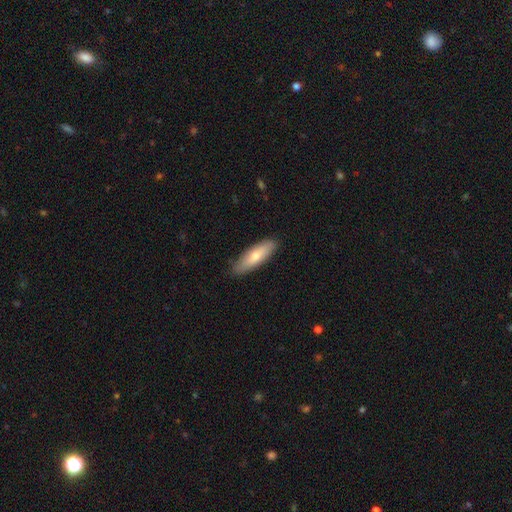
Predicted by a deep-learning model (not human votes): A smooth galaxy with no disk features (70%) that is cigar-shaped (52%). Merging: none (86%).